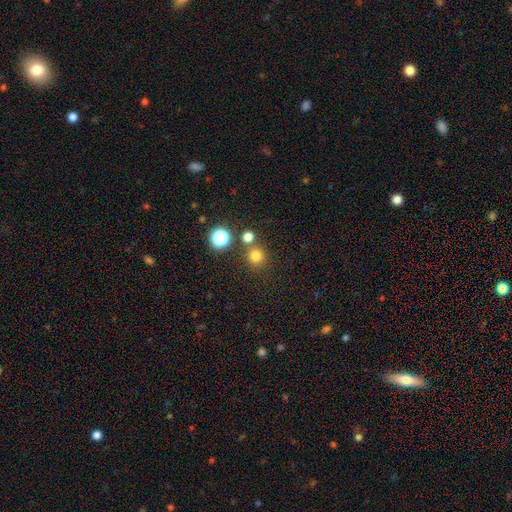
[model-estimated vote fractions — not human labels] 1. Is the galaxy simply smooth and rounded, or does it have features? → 76% smooth, 19% star or artifact, 5% featured or disk.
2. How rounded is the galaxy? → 93% round, 6% in between, 1% cigar-shaped.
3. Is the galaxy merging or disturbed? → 77% none, 14% merger, 7% minor disturbance, 3% major disturbance.